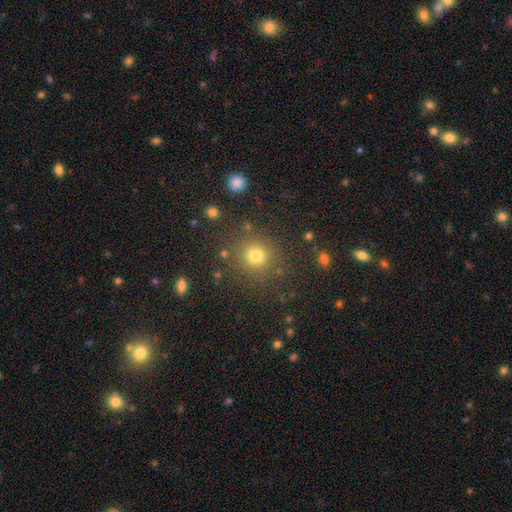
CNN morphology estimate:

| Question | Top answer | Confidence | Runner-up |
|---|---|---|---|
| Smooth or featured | smooth | 77% | star or artifact (17%) |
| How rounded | round | 93% | in between (6%) |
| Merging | none | 84% | minor disturbance (8%) |